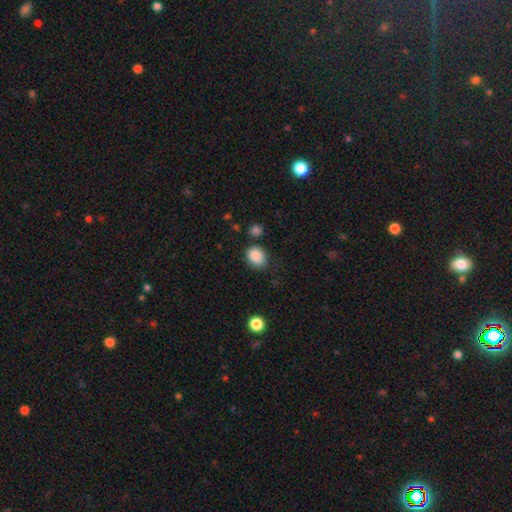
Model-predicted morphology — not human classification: This is clearly a smooth galaxy (87%). How rounded: possibly in between (52%). Merging: likely none (75%).